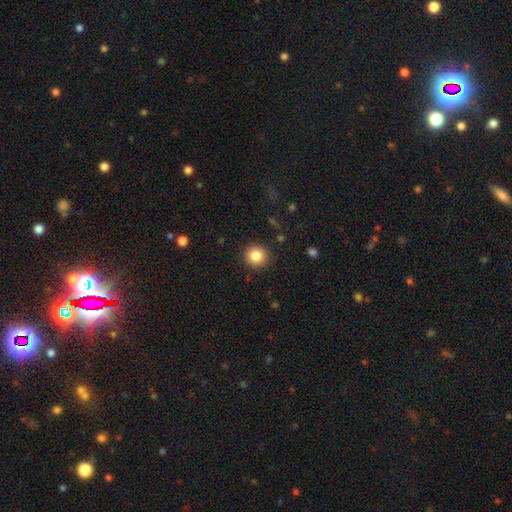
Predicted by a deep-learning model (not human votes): The model was most divided on "smooth or featured": smooth: 85%, star or artifact: 10%, featured or disk: 5%. More confident: how rounded — round (92%); merging — none (90%).